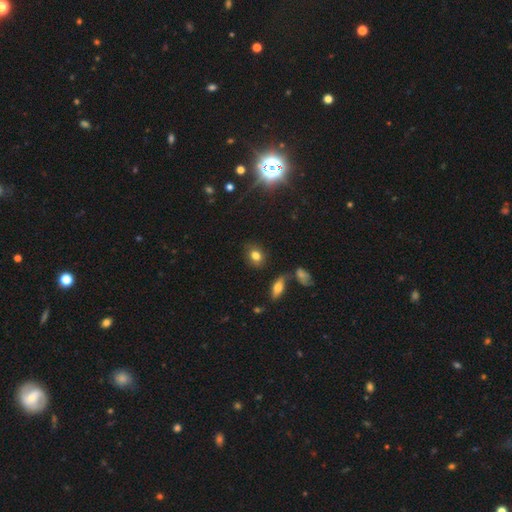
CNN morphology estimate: Smooth or featured?
  - smooth: 77% *
  - star or artifact: 12%
  - featured or disk: 11%
How rounded?
  - in between: 55% *
  - round: 43%
  - cigar-shaped: 2%
Merging?
  - none: 78% *
  - minor disturbance: 14%
  - major disturbance: 4%
  - merger: 4%